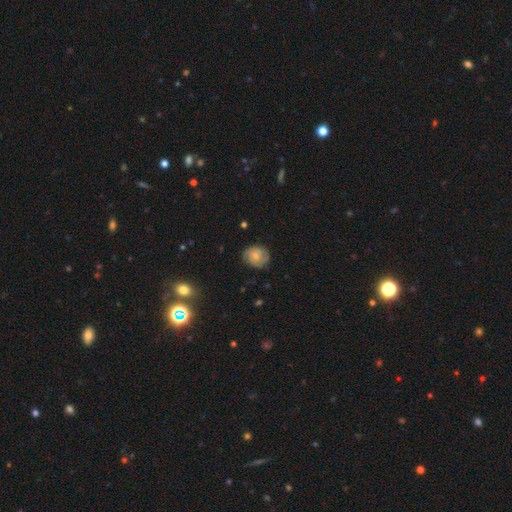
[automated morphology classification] This appears to be a featured or disk galaxy (49%). Merging: none (77%).